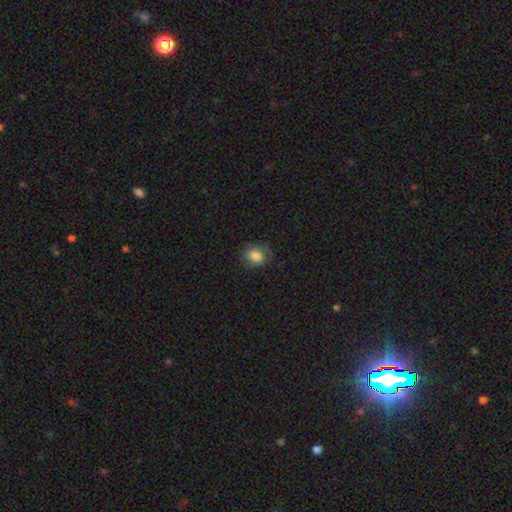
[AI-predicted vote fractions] The model was most divided on "how rounded": round: 51%, in between: 48%, cigar-shaped: 1%. More confident: smooth or featured — smooth (79%); merging — none (70%).